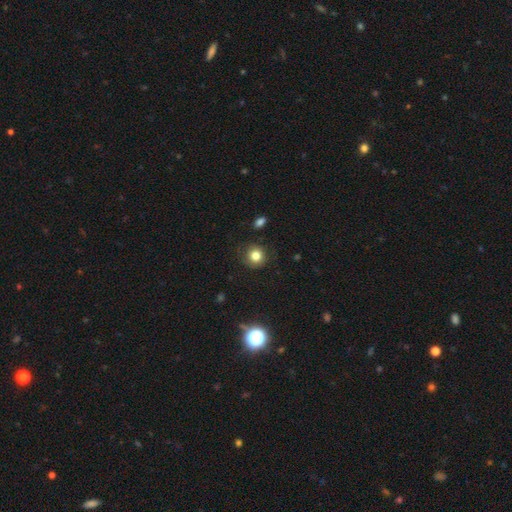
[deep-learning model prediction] Smooth or featured? smooth (80%)
How rounded? round (87%)
Merging? none (82%)